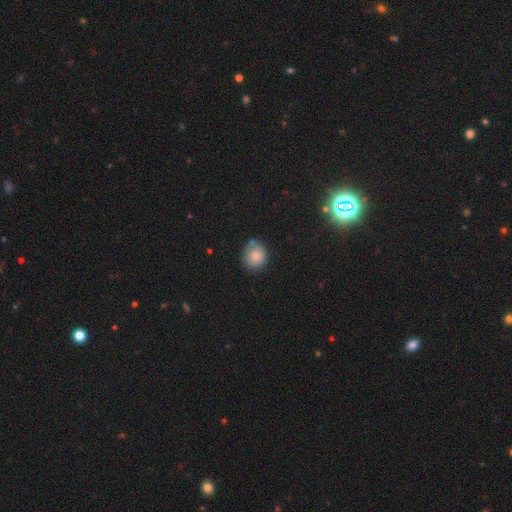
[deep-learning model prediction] Q: Smooth or featured?
A: smooth (80%); runner-up: featured or disk (10%)
Q: How rounded?
A: round (75%); runner-up: in between (24%)
Q: Merging?
A: none (65%); runner-up: minor disturbance (25%)